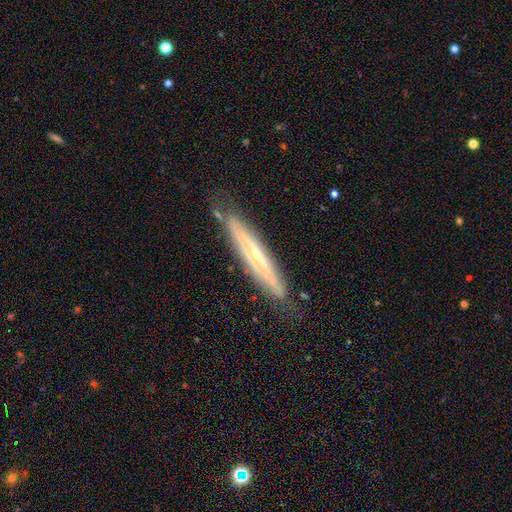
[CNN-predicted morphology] Smooth or featured? Predicted: featured or disk (p=0.67). Edge-on disk? Predicted: yes (p=0.76). Edge-on bulge? Predicted: rounded (p=0.51). Merging? Predicted: none (p=0.75).